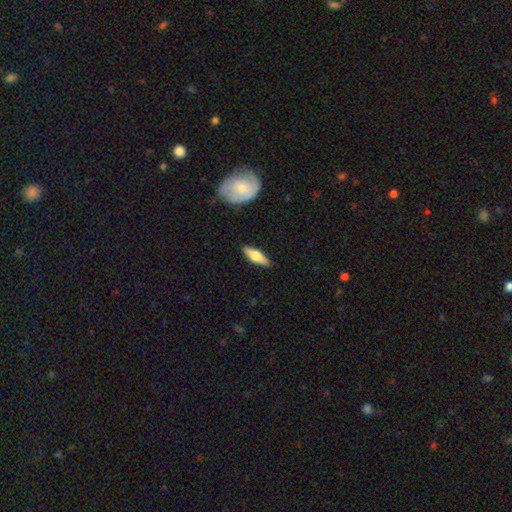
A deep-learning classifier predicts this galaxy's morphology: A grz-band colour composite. It shows a smooth galaxy with no disk features (54%) that is cigar-shaped (52%). Merging: none (89%).